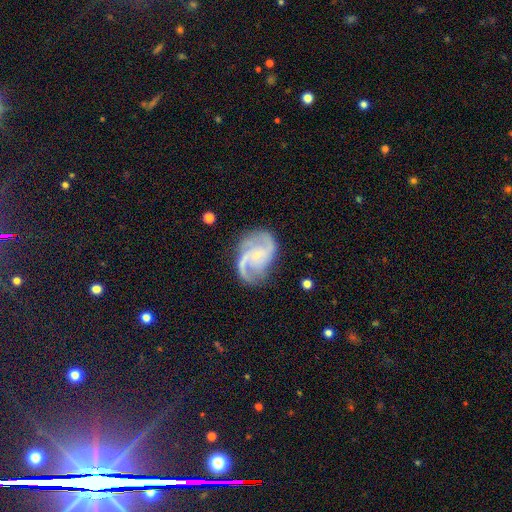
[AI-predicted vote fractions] smooth_or_featured: featured or disk (p=0.89) [alt: smooth p=0.06]
disk_edge_on: no (p=0.98) [alt: yes p=0.02]
bar: no (p=0.55) [alt: weak p=0.35]
has_spiral_arms: yes (p=0.97) [alt: no p=0.03]
spiral_winding: medium (p=0.52) [alt: loose p=0.30]
spiral_arm_count: 2 (p=0.75) [alt: 3 p=0.11]
bulge_size: small (p=0.77) [alt: moderate p=0.17]
merging: none (p=0.69) [alt: minor disturbance p=0.19]